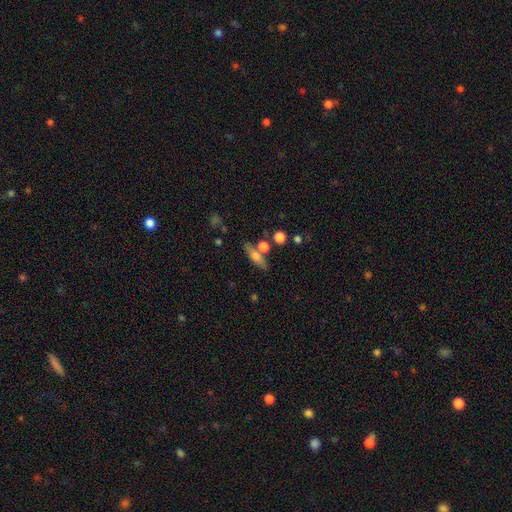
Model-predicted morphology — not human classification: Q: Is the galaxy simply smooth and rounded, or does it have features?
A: smooth — 63%.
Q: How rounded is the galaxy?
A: cigar-shaped — 54%.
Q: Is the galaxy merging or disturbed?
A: none — 66%.